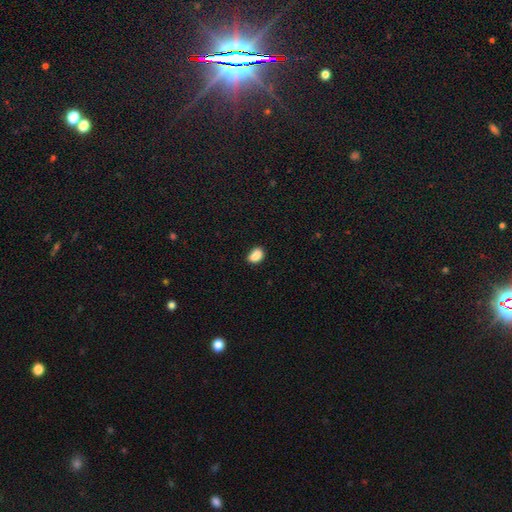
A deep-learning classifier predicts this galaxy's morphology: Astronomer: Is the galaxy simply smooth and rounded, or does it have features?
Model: smooth — 83%.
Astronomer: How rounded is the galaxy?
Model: in between — 72%.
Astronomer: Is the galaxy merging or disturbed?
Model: none — 57%.